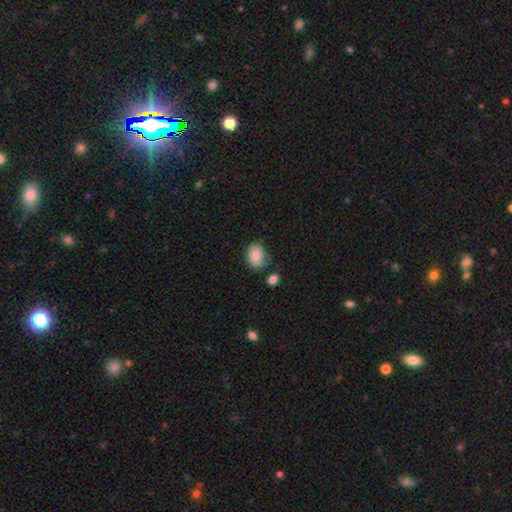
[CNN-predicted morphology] Smooth or featured? smooth (78%)
How rounded? in between (61%)
Merging? none (69%)